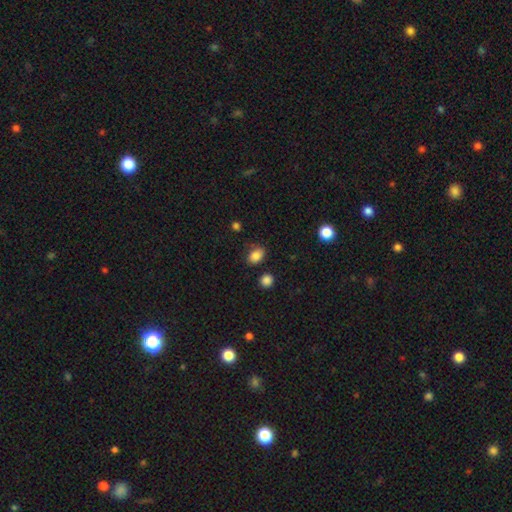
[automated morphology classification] Smooth or featured?
  - smooth: 84% *
  - star or artifact: 10%
  - featured or disk: 5%
How rounded?
  - in between: 71% *
  - round: 28%
  - cigar-shaped: 1%
Merging?
  - none: 73% *
  - minor disturbance: 19%
  - major disturbance: 4%
  - merger: 4%